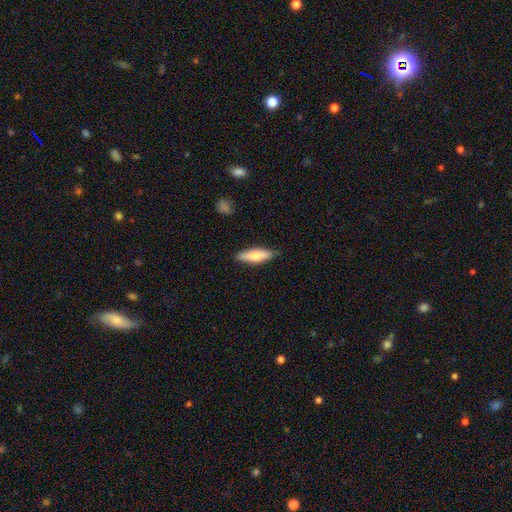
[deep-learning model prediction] The model was most divided on "how rounded": cigar-shaped: 61%, in between: 37%, round: 2%. More confident: merging — none (85%); smooth or featured — smooth (66%).